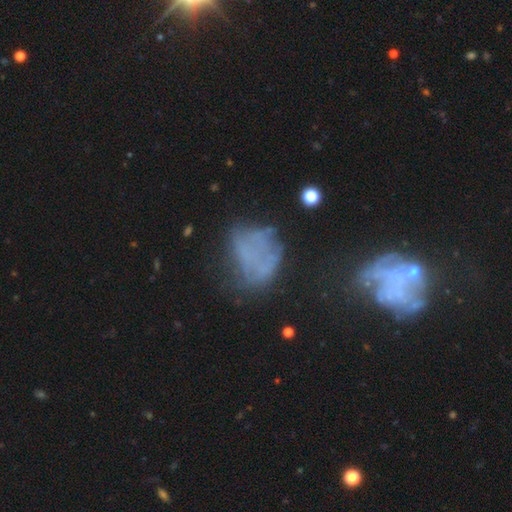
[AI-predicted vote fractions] This is marginally a featured or disk galaxy (40%). Merging: marginally none (36%).